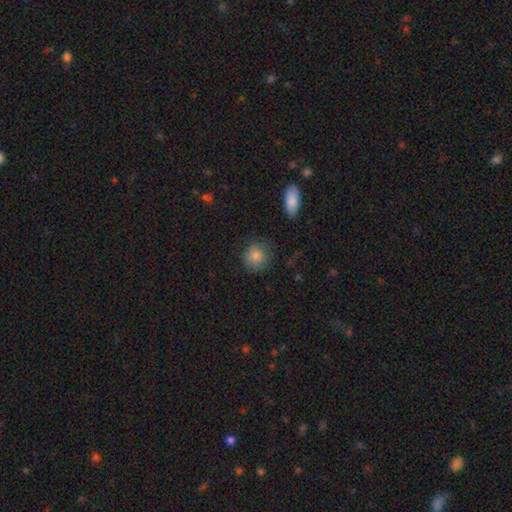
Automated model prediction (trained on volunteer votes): Overall: smooth (84%). How rounded: round (85%). Merging: none (81%).